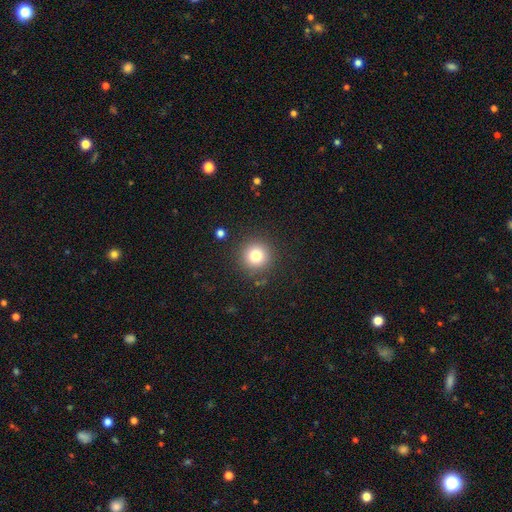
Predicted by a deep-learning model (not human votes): This is likely a smooth galaxy (79%). How rounded: clearly round (95%). Merging: clearly none (89%).